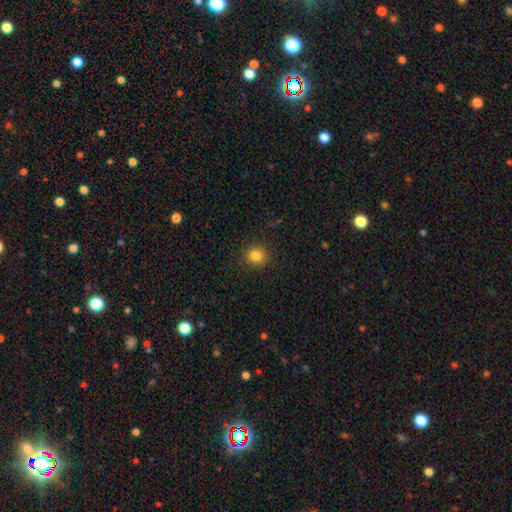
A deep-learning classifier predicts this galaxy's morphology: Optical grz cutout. It shows a smooth galaxy with no disk features (83%) that is round (88%). Merging: none (90%).